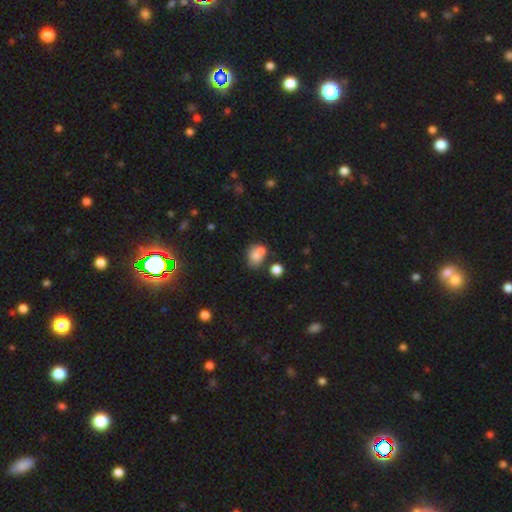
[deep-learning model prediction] Overall: smooth (71%). How rounded: in between (53%; round 46%). Merging: merger (43%; none 35%).